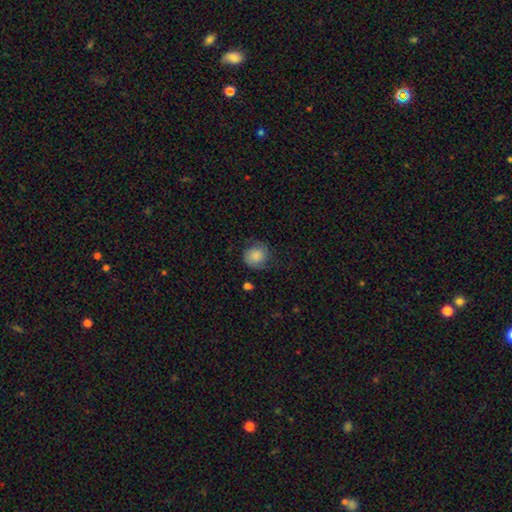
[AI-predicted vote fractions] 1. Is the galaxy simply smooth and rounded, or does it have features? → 81% smooth, 11% featured or disk, 8% star or artifact.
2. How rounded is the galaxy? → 84% round, 15% in between, 1% cigar-shaped.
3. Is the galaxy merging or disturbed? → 67% none, 23% minor disturbance, 9% major disturbance, 2% merger.